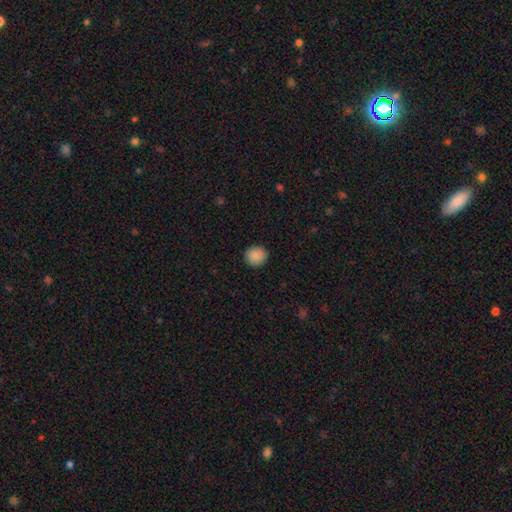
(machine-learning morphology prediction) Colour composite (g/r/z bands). It shows a smooth galaxy with no disk features (86%) that is round (90%). Merging: none (87%).